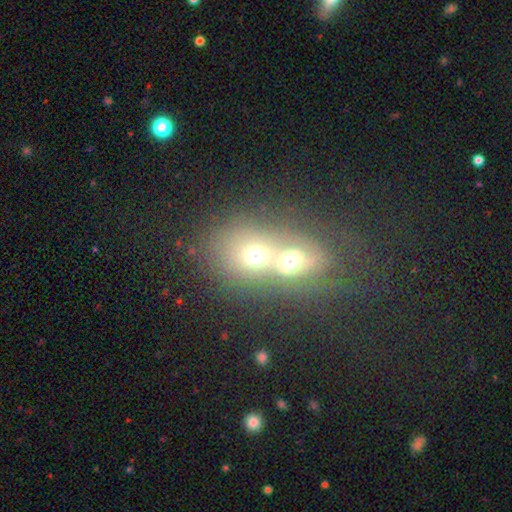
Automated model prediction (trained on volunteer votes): Q: Smooth or featured?
A: smooth (52%); runner-up: featured or disk (31%)
Q: How rounded?
A: round (55%); runner-up: in between (42%)
Q: Merging?
A: merger (77%); runner-up: none (15%)